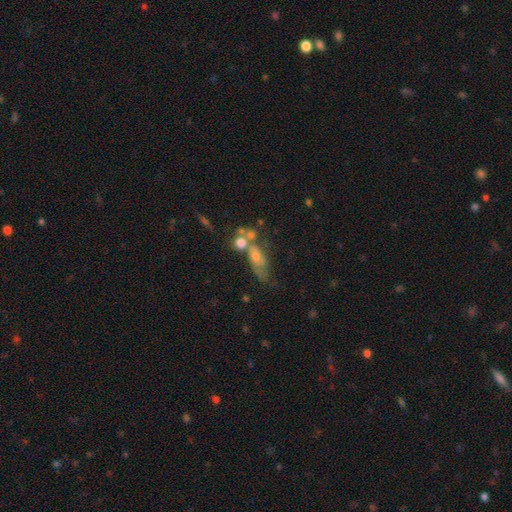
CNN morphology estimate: A smooth galaxy with no disk features (41%). Merging: merger (33%).